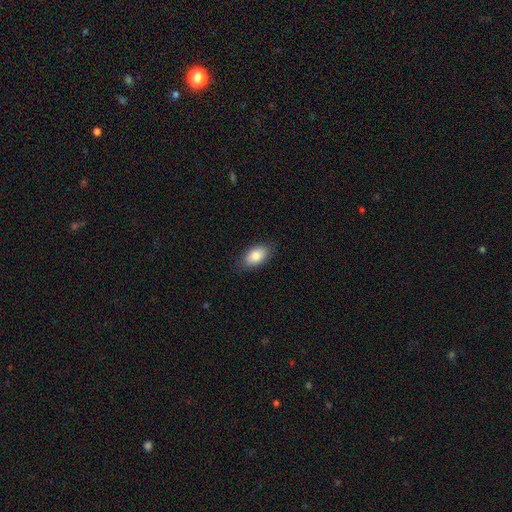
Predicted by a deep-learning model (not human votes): smooth_or_featured: smooth (p=0.83) [alt: featured or disk p=0.10]
how_rounded: in between (p=0.92) [alt: round p=0.06]
merging: none (p=0.85) [alt: minor disturbance p=0.12]